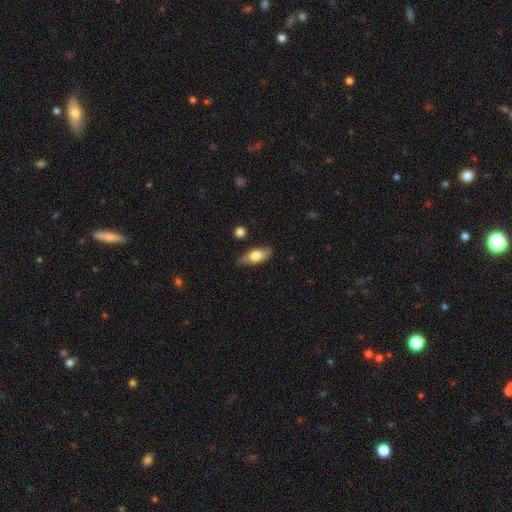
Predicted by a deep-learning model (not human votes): This appears to be a smooth galaxy with no disk features (72%) that is in between round and cigar-shaped (78%). Merging: none (81%).